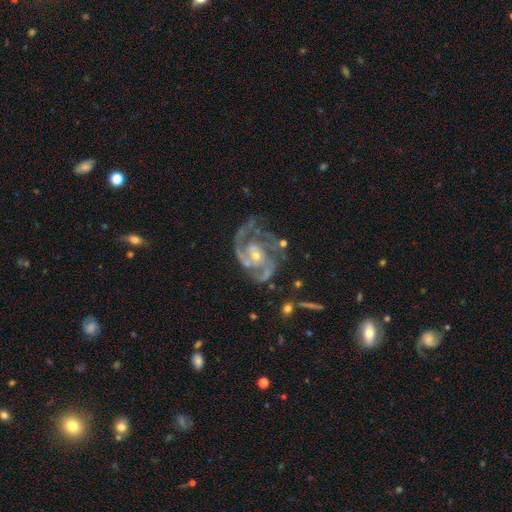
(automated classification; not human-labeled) This appears to be a featured or disk galaxy (89%) with no bar (67%), 2 (41%) medium (45%) spiral arms (95%) and a small central bulge (51%). Merging: none (46%).